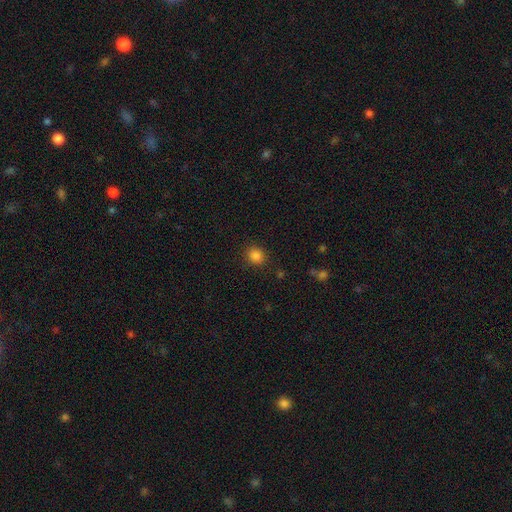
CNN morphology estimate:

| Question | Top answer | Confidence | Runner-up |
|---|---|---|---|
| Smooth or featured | smooth | 84% | star or artifact (12%) |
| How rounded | round | 81% | in between (18%) |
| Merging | none | 88% | minor disturbance (8%) |